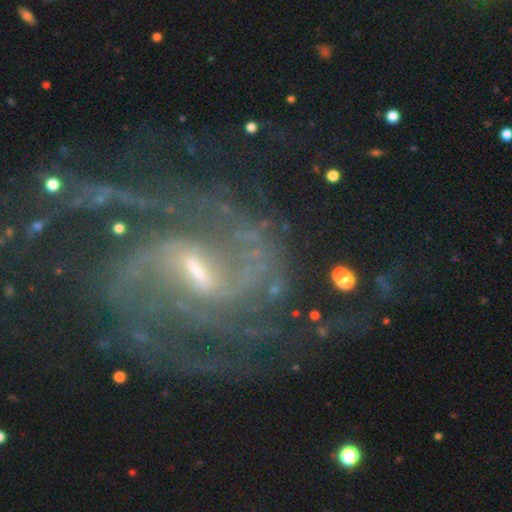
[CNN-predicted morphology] This is clearly a featured or disk galaxy (91%). It is clearly not viewed edge-on (98%). Bar: possibly weak (55%). Spiral arm pattern: clearly yes (98%). Spiral arm count: possibly 2 (56%). Spiral winding: possibly medium (53%). Central bulge: possibly small (57%). Merging: likely none (63%).